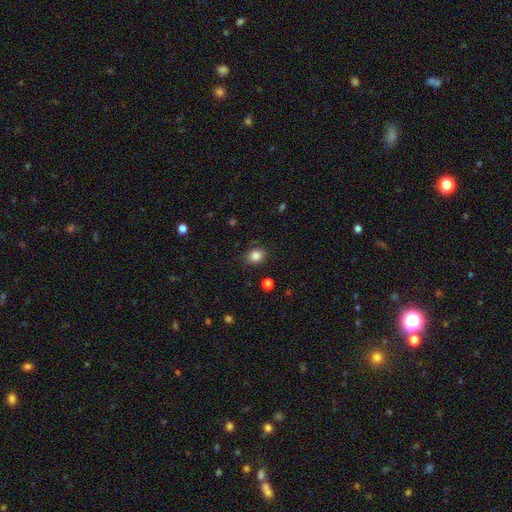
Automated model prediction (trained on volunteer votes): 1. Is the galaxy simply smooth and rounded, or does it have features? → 85% smooth, 10% star or artifact, 5% featured or disk.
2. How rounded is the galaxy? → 51% round, 48% in between, 1% cigar-shaped.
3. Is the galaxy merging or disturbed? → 85% none, 11% minor disturbance, 3% major disturbance, 2% merger.